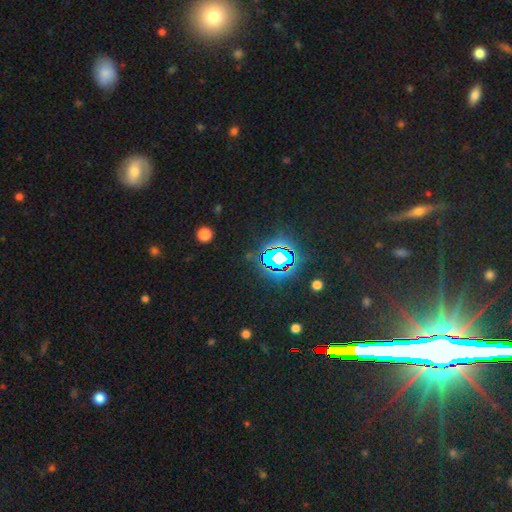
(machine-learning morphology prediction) This is likely a star or artifact rather than a galaxy (78%).